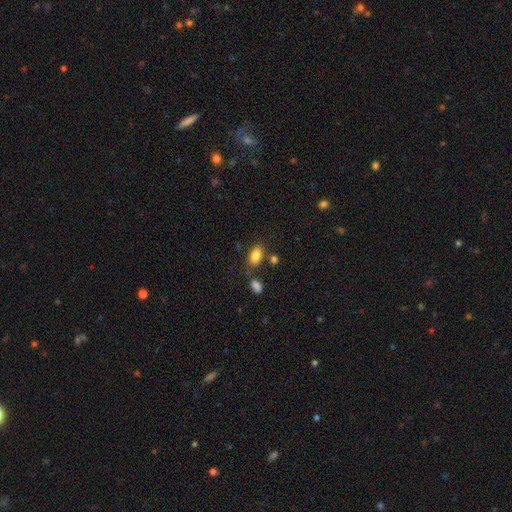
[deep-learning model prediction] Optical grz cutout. It shows a smooth galaxy with no disk features (85%) that is in between round and cigar-shaped (89%). Merging: none (73%).